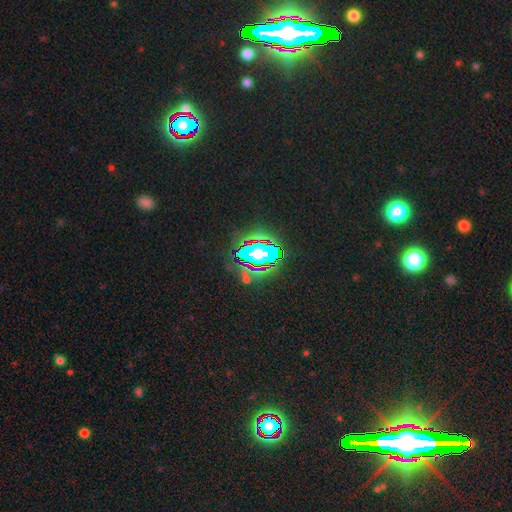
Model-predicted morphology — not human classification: smooth_or_featured: star or artifact (p=0.57) [alt: smooth p=0.23]